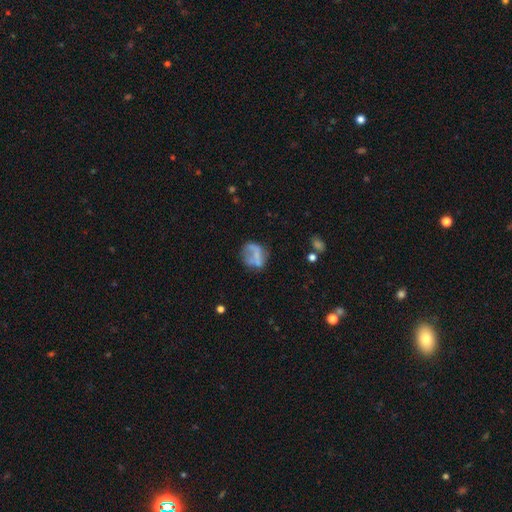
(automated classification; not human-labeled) smooth_or_featured: smooth (p=0.50) [alt: featured or disk p=0.39]
how_rounded: round (p=0.65) [alt: in between p=0.33]
merging: none (p=0.44) [alt: minor disturbance p=0.23]